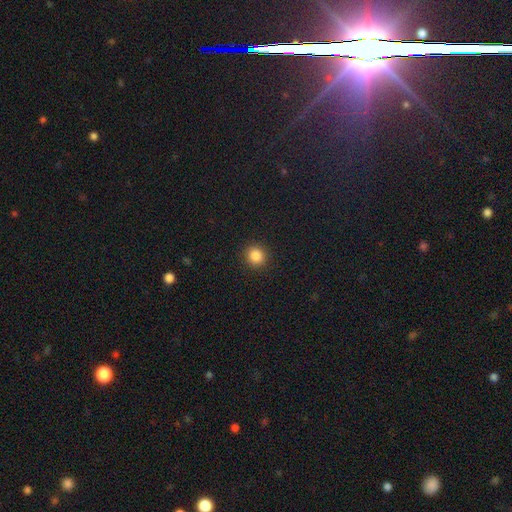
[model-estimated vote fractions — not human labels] Morphology: type=smooth (86%); roundness=round (91%); merging=none (92%).